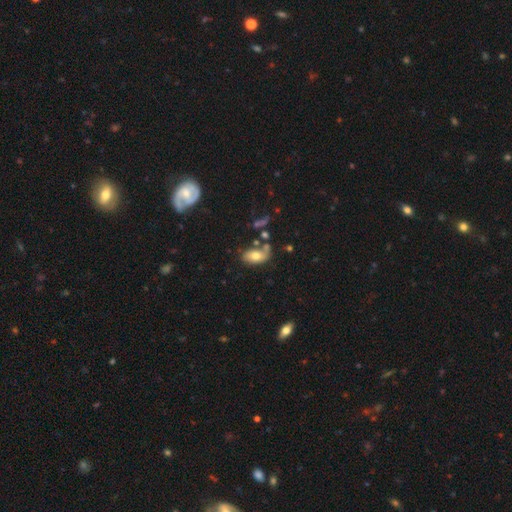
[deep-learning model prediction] Smooth or featured?
  - smooth: 66% *
  - featured or disk: 25%
  - star or artifact: 9%
How rounded?
  - in between: 91% *
  - round: 7%
  - cigar-shaped: 3%
Merging?
  - none: 49% *
  - minor disturbance: 24%
  - merger: 15%
  - major disturbance: 12%